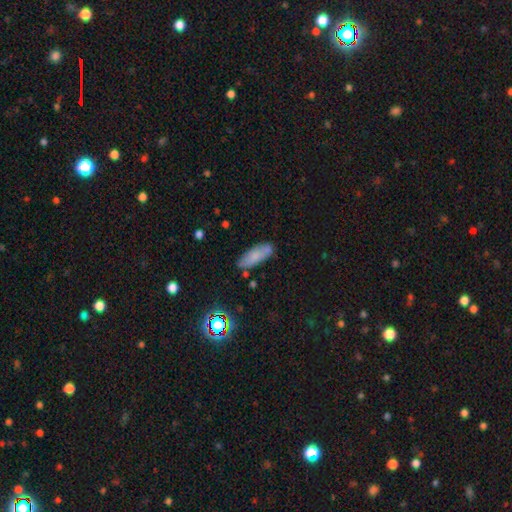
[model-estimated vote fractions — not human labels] Overall: smooth (71%). How rounded: in between (65%; cigar-shaped 32%). Merging: none (75%).